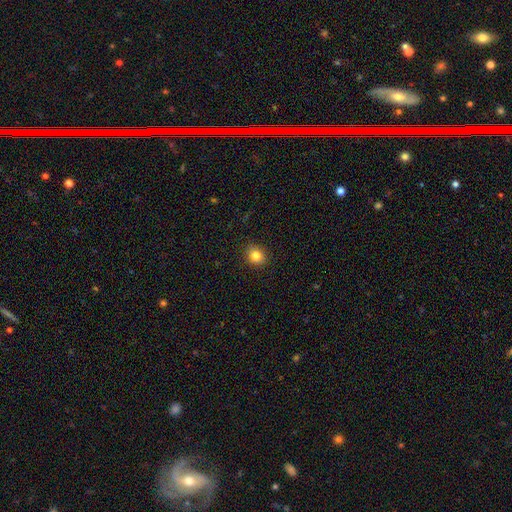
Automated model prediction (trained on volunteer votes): Overall: smooth (83%). How rounded: round (68%; in between 31%). Merging: none (90%).